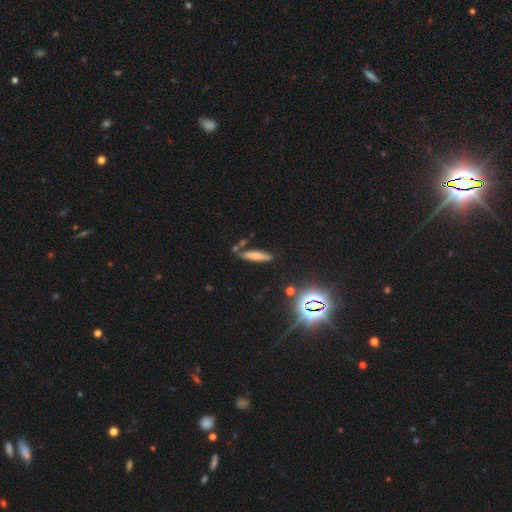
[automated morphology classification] Smooth or featured: smooth — 64% (featured or disk — 20%)
How rounded: cigar-shaped — 76% (in between — 21%)
Merging: none — 73% (minor disturbance — 14%)